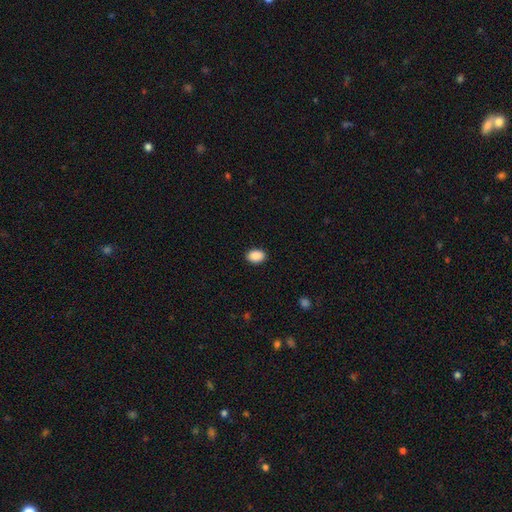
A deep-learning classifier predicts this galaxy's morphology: Smooth or featured? smooth (90%)
How rounded? in between (76%)
Merging? none (90%)